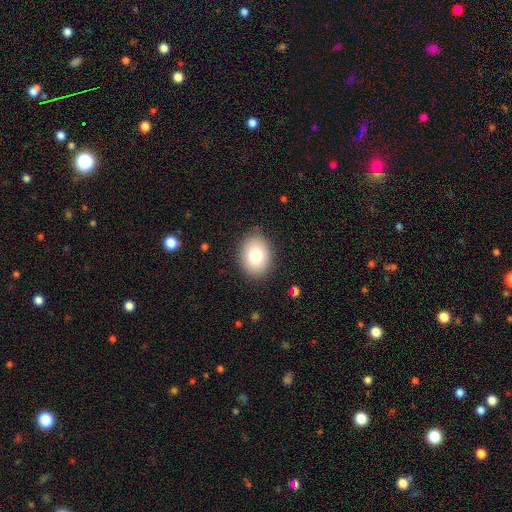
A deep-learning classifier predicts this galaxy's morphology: A smooth galaxy with no disk features (78%) that is in between round and cigar-shaped (60%). Merging: none (87%).